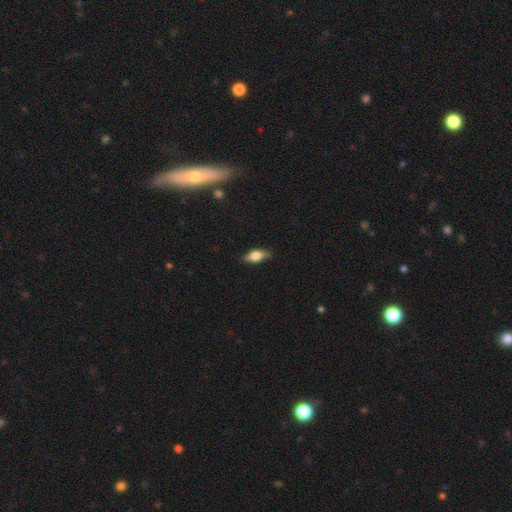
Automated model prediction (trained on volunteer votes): A smooth galaxy with no disk features (71%) that is in between round and cigar-shaped (78%).

Vote fractions:
- Smooth or featured? smooth: 71% / featured or disk: 22% / star or artifact: 7%
- How rounded? in between: 78% / cigar-shaped: 18% / round: 4%
- Merging? none: 80% / minor disturbance: 16% / major disturbance: 3% / merger: 1%